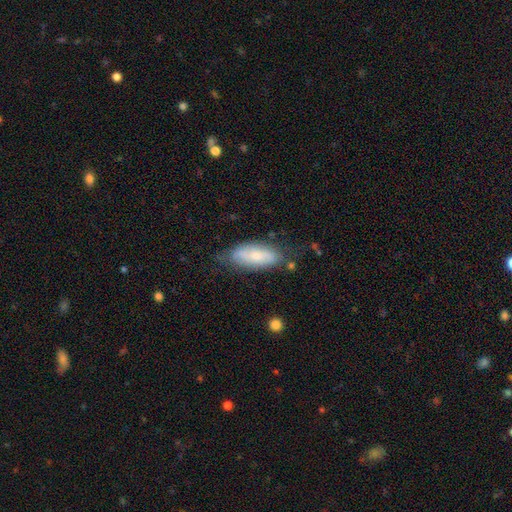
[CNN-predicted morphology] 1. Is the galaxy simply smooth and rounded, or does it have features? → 60% smooth, 33% featured or disk, 7% star or artifact.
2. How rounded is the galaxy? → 79% in between, 19% cigar-shaped, 2% round.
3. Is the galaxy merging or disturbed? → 65% none, 25% minor disturbance, 7% major disturbance, 3% merger.